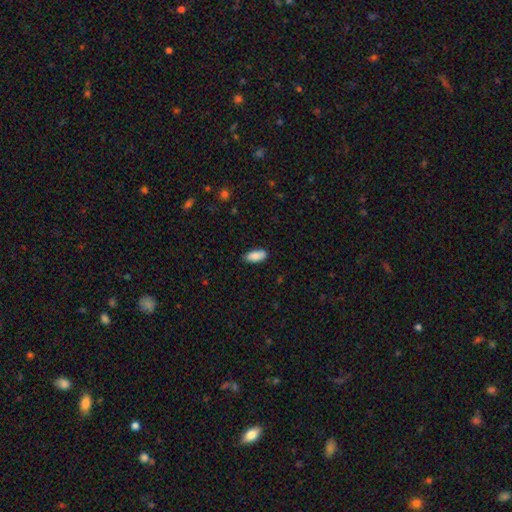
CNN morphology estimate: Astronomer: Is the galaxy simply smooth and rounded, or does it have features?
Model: smooth — 87%.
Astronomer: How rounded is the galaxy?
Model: in between — 90%.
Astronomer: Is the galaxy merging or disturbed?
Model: none — 82%.